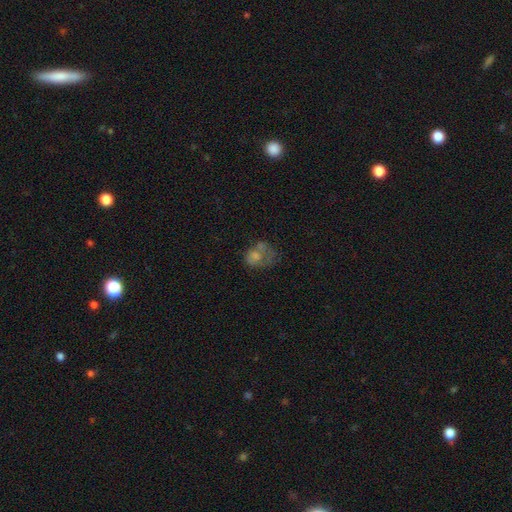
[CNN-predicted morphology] smooth 47%, featured or disk 32%, star or artifact 20%. Down the decision tree: merging — none (34%).